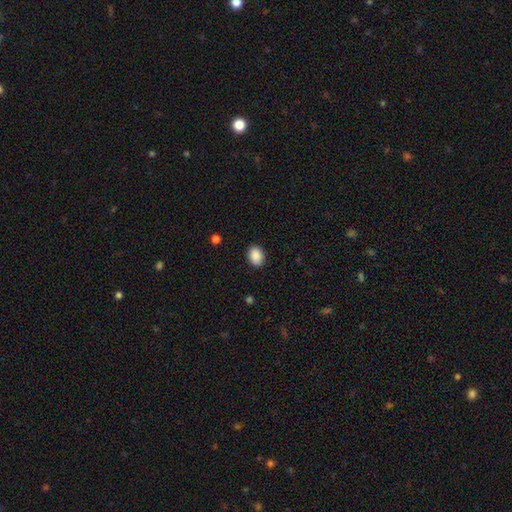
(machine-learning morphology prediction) This is clearly a smooth galaxy (90%). How rounded: likely in between (71%). Merging: clearly none (89%).